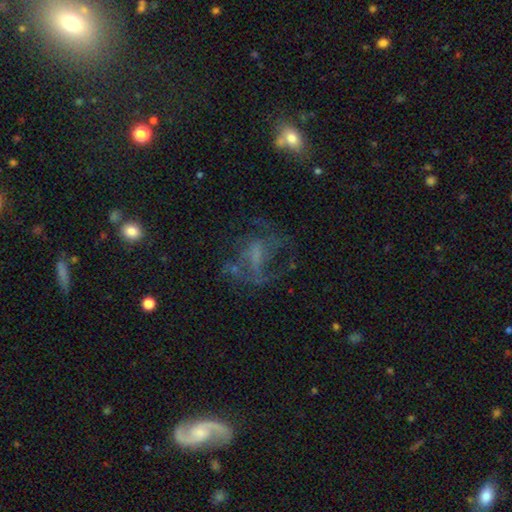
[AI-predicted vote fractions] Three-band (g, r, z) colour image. It shows a featured or disk galaxy (54%) with no bar (52%), no spiral arms (50%, tied with yes) and no central bulge (54%). Merging: none (41%).